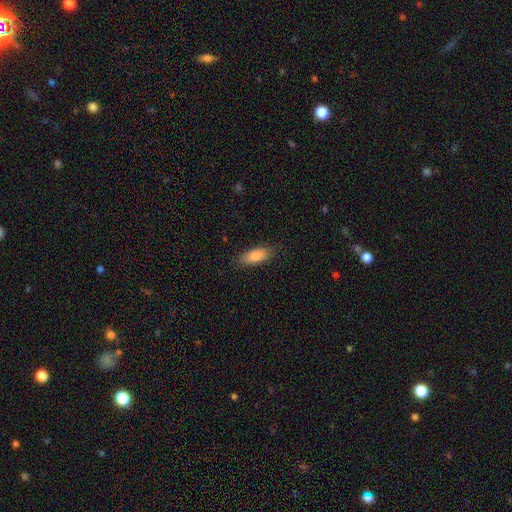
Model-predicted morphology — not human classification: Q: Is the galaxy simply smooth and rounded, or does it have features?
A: smooth — 84%.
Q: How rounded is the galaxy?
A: in between — 77%.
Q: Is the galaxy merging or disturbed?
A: none — 85%.